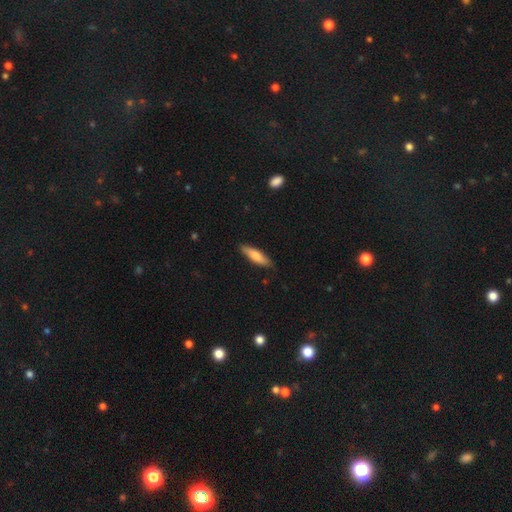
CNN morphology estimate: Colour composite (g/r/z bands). It shows a smooth galaxy with no disk features (75%) that is cigar-shaped (67%). Merging: none (86%).